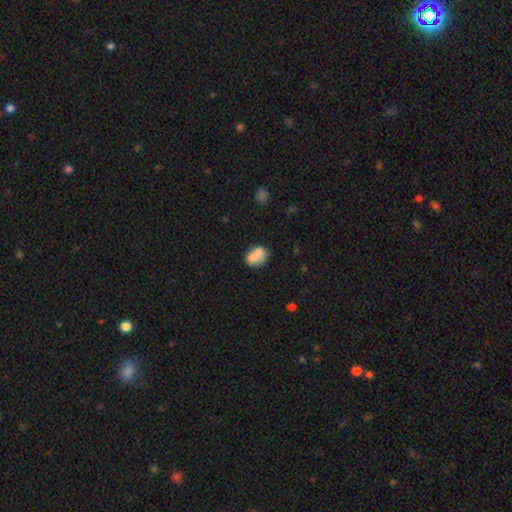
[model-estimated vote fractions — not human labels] This is likely a smooth galaxy (71%). How rounded: likely in between (69%). Merging: possibly merger (46%).